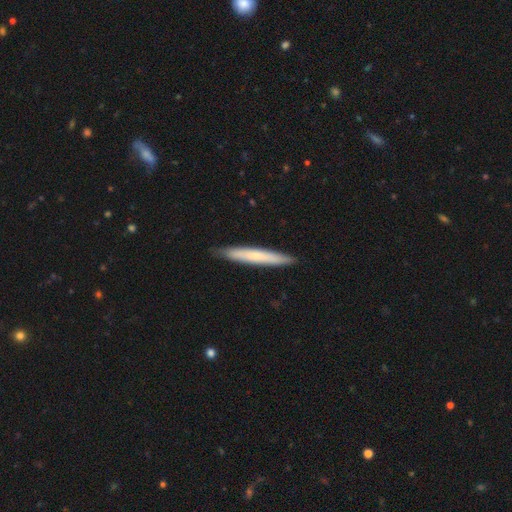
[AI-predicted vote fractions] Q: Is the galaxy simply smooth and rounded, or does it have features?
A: smooth — 61%.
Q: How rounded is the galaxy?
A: cigar-shaped — 96%.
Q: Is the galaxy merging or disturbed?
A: none — 90%.